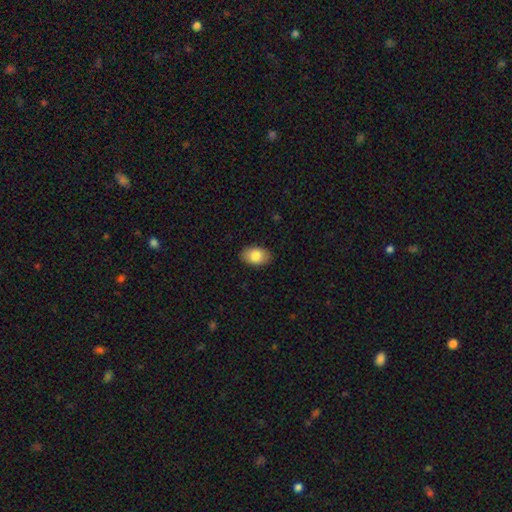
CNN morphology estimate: smooth-or-featured: smooth: 84% | featured or disk: 9% | star or artifact: 7%
  how-rounded: in between: 87% | round: 12% | cigar-shaped: 1%
  merging: none: 89% | minor disturbance: 8% | major disturbance: 2% | merger: 1%